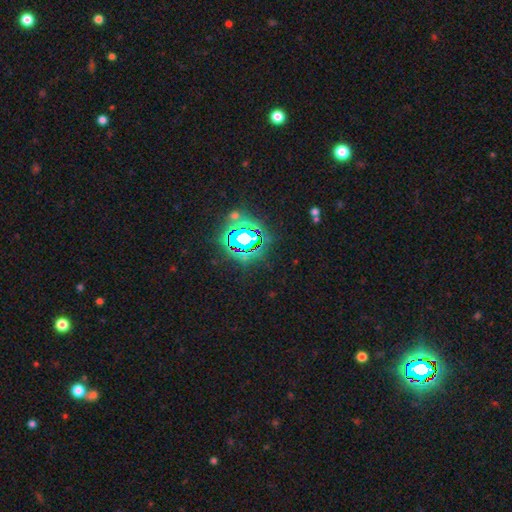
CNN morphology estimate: The model was most divided on "smooth or featured": star or artifact: 84%, smooth: 10%, featured or disk: 6%.